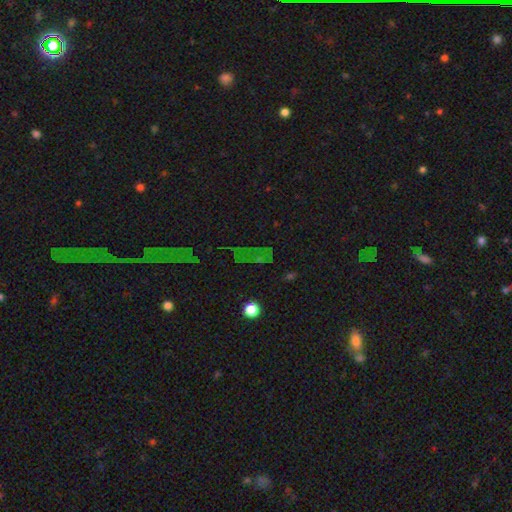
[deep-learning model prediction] smooth_or_featured: star or artifact (p=0.63) [alt: smooth p=0.20]